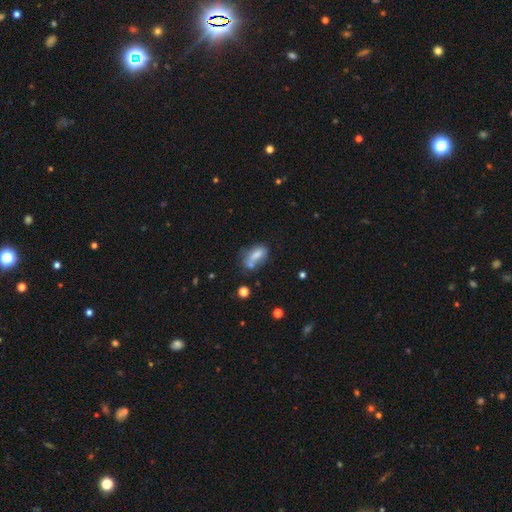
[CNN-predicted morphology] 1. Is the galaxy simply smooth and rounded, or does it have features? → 68% smooth, 22% featured or disk, 10% star or artifact.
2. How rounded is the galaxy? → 82% in between, 11% cigar-shaped, 7% round.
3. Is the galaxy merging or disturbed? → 37% none, 27% merger, 23% minor disturbance, 13% major disturbance.